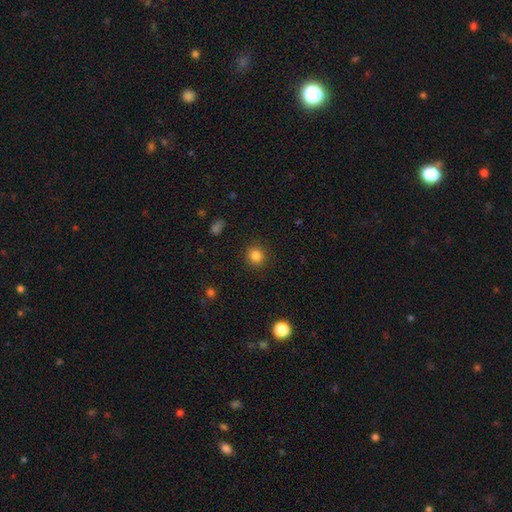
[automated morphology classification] type=smooth (83%); roundness=round (90%); merging=none (90%).